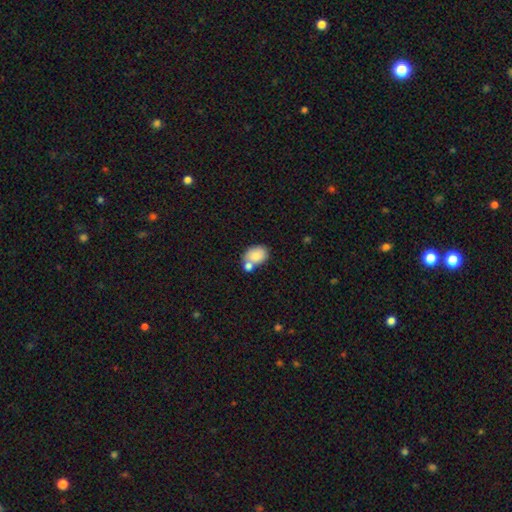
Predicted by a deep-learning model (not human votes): A smooth galaxy with no disk features (81%) that is in between round and cigar-shaped (73%). Merging: none (44%).